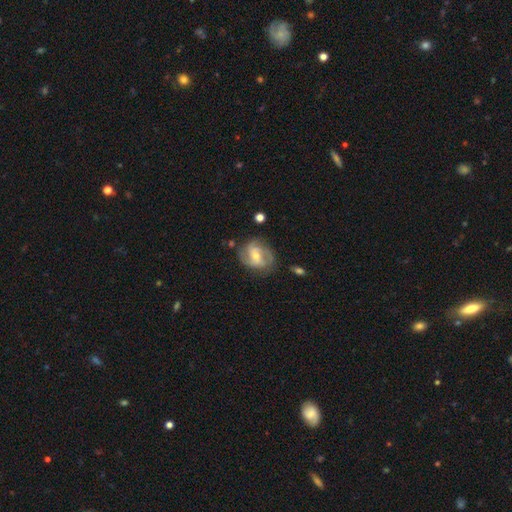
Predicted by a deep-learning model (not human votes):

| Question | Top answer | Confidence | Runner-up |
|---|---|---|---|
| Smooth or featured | featured or disk | 75% | smooth (18%) |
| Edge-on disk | no | 97% | yes (3%) |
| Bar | weak | 45% | no (36%) |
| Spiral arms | yes | 90% | no (10%) |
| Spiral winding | medium | 48% | tight (31%) |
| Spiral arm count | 2 | 57% | 3 (19%) |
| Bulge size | moderate | 50% | small (44%) |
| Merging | none | 66% | minor disturbance (22%) |